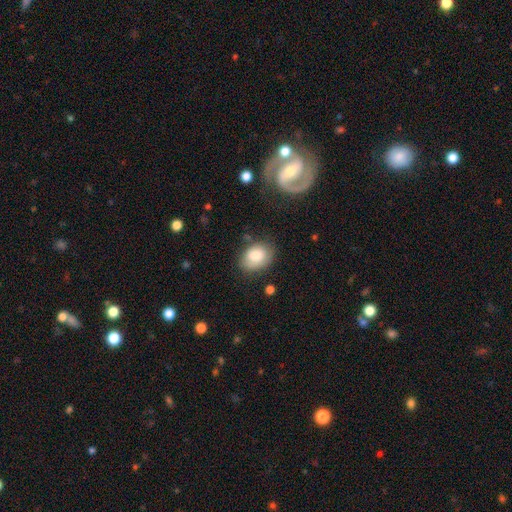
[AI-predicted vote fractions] Smooth or featured?
  - smooth: 81% *
  - featured or disk: 11%
  - star or artifact: 7%
How rounded?
  - in between: 75% *
  - round: 24%
  - cigar-shaped: 1%
Merging?
  - none: 68% *
  - minor disturbance: 22%
  - major disturbance: 6%
  - merger: 3%